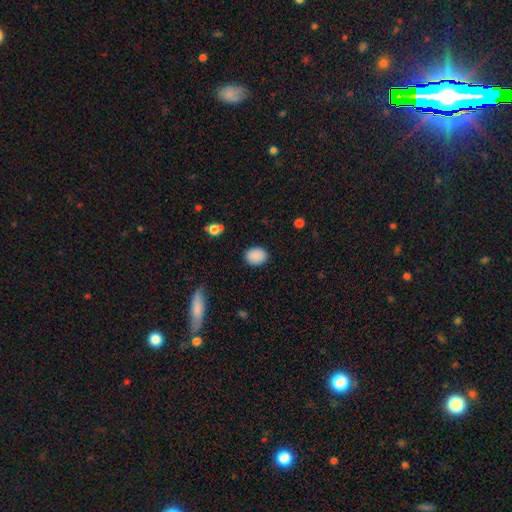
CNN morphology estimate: A smooth galaxy with no disk features (88%) that is in between round and cigar-shaped (56%). Merging: none (86%).